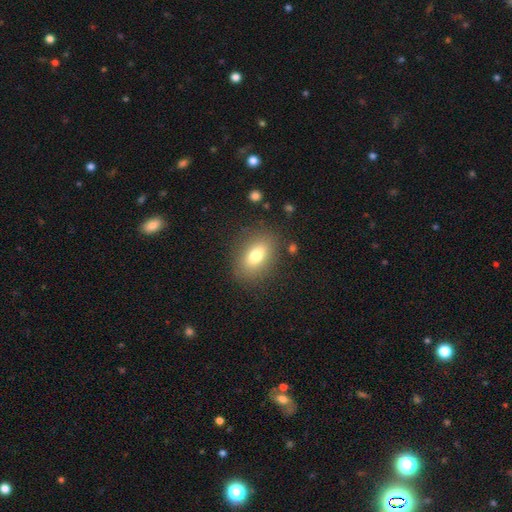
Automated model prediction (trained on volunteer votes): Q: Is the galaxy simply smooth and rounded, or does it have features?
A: smooth — 74%.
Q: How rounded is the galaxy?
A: in between — 80%.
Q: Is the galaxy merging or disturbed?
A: none — 85%.